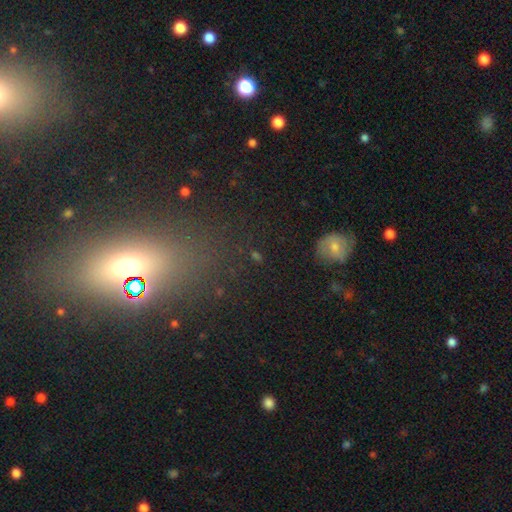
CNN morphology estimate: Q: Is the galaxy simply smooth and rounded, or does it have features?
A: star or artifact — 42%.